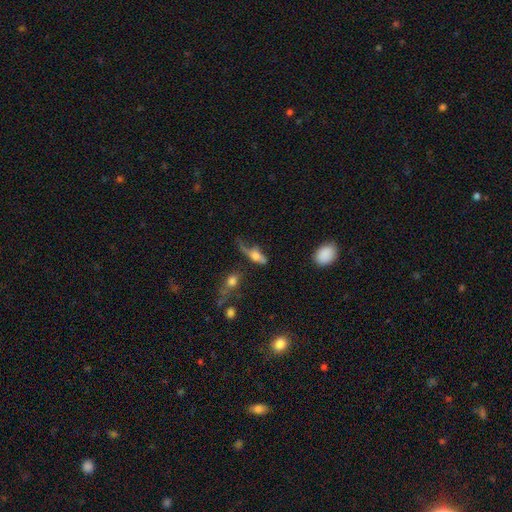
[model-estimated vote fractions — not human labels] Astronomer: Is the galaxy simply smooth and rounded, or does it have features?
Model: smooth — 50% (runner-up: featured or disk, 39%).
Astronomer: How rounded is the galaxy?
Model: in between — 63%.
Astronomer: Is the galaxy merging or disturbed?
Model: major disturbance — 41% (runner-up: none, 26%).